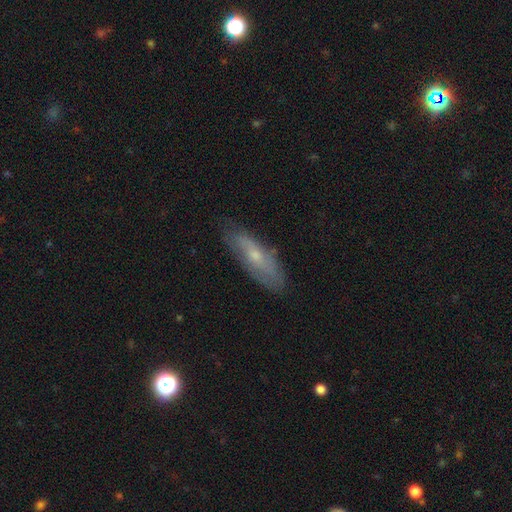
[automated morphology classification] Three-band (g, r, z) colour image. It shows a featured or disk galaxy (48%). Merging: none (76%).